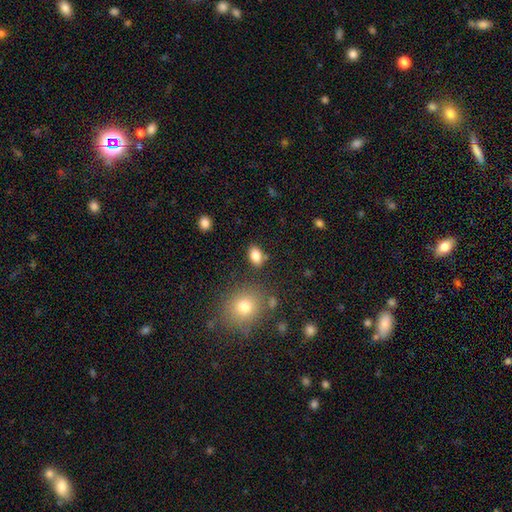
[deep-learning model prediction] smooth 84%, star or artifact 9%, featured or disk 7%. Down the decision tree: how rounded — in between (86%); merging — none (79%).